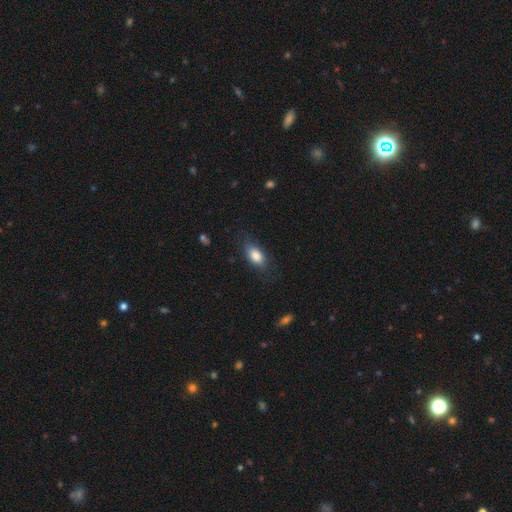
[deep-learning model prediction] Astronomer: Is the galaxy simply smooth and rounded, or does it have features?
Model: smooth — 84%.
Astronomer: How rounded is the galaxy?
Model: in between — 87%.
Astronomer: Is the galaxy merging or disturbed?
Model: none — 74%.